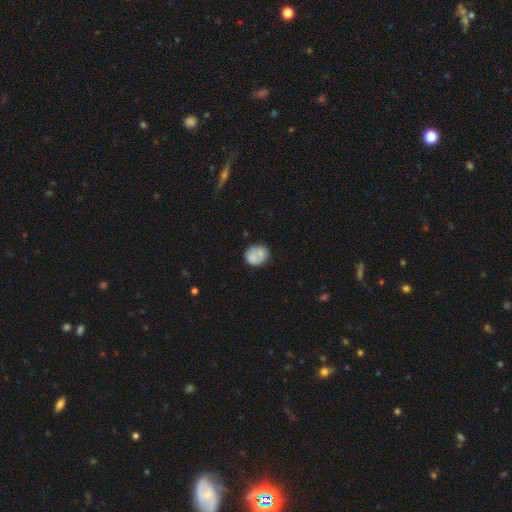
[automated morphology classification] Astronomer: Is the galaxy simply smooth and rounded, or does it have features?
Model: smooth — 67%.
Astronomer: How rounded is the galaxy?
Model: round — 74%.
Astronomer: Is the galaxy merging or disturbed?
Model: none — 56%.